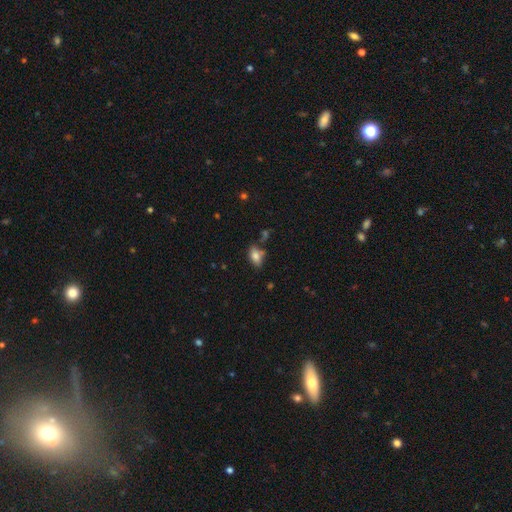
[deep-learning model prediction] Smooth or featured? Predicted: smooth (p=0.77). How rounded? Predicted: in between (p=0.87). Merging? Predicted: none (p=0.60).